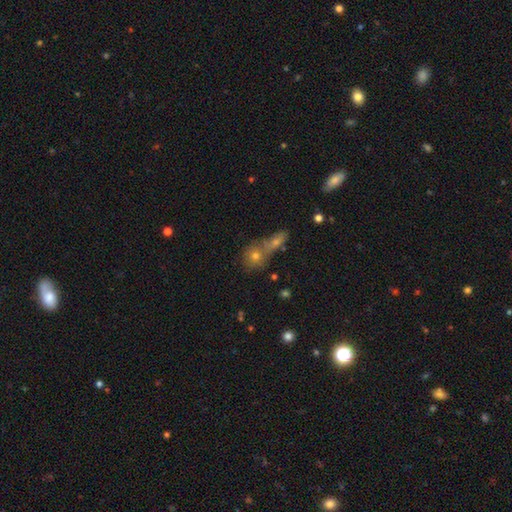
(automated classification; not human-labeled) smooth-or-featured: smooth: 61% | star or artifact: 21% | featured or disk: 19%
  how-rounded: round: 73% | in between: 22% | cigar-shaped: 4%
  merging: merger: 47% | none: 42% | minor disturbance: 8% | major disturbance: 4%